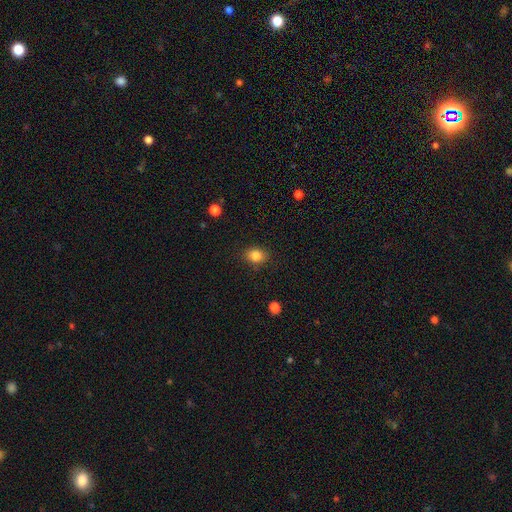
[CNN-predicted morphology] Smooth or featured?
  - smooth: 84% *
  - star or artifact: 10%
  - featured or disk: 6%
How rounded?
  - in between: 50% *
  - round: 49%
  - cigar-shaped: 1%
Merging?
  - none: 86% *
  - minor disturbance: 10%
  - major disturbance: 3%
  - merger: 1%